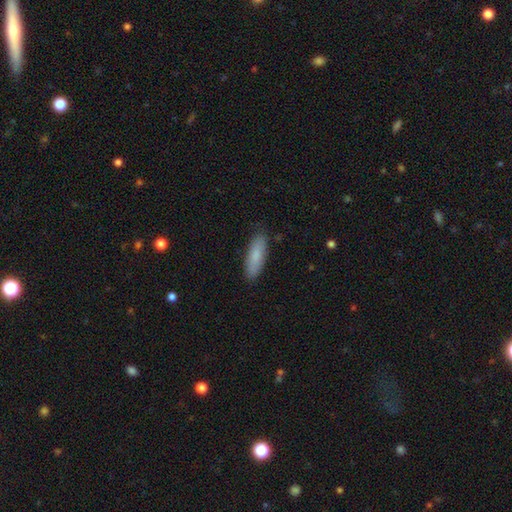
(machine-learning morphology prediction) type=smooth (83%); roundness=in between (50%); merging=none (86%).